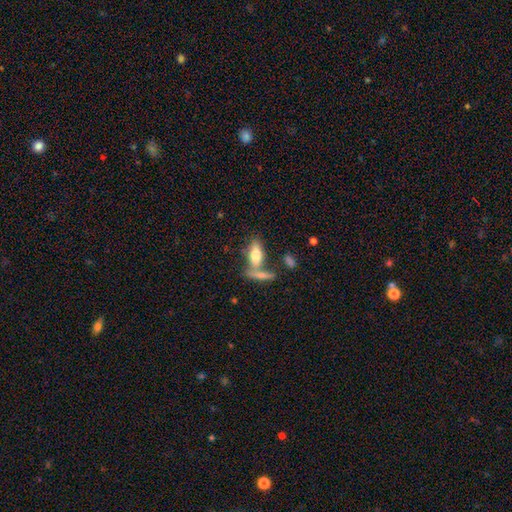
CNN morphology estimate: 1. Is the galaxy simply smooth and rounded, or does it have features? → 73% smooth, 21% featured or disk, 7% star or artifact.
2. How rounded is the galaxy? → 72% in between, 25% cigar-shaped, 3% round.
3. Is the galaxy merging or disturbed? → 46% none, 37% merger, 12% minor disturbance, 5% major disturbance.